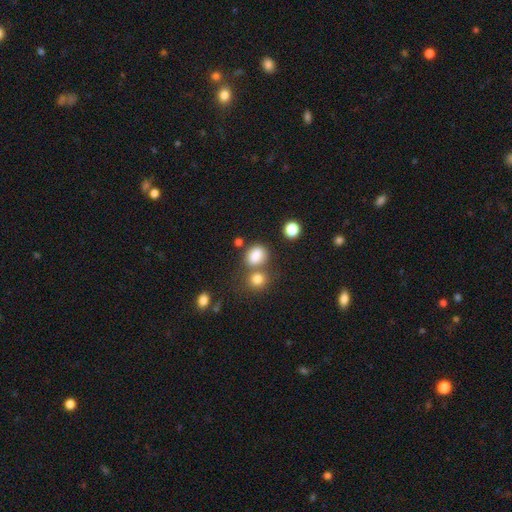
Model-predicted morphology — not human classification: smooth 82%, star or artifact 12%, featured or disk 6%. Down the decision tree: how rounded — round (50%); merging — none (56%).